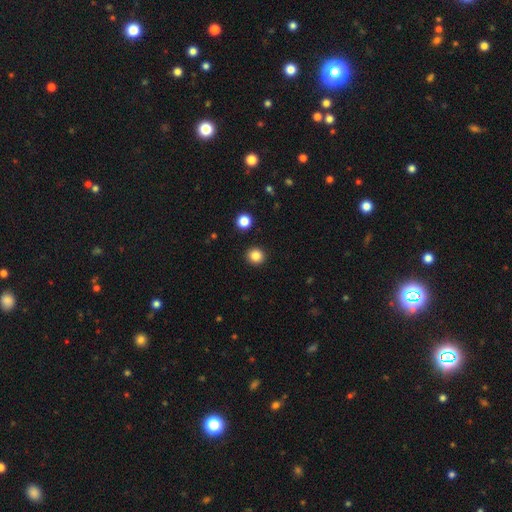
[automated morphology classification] This is clearly a smooth galaxy (85%). How rounded: clearly round (92%). Merging: clearly none (93%).